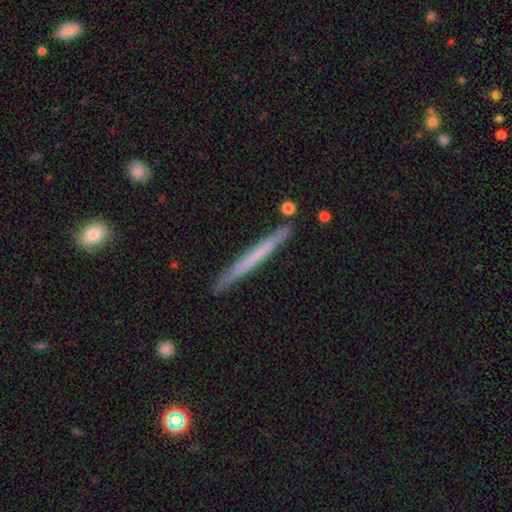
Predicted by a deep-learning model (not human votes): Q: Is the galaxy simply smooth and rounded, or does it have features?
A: smooth — 53%.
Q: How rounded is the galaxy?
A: cigar-shaped — 97%.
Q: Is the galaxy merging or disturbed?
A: none — 89%.